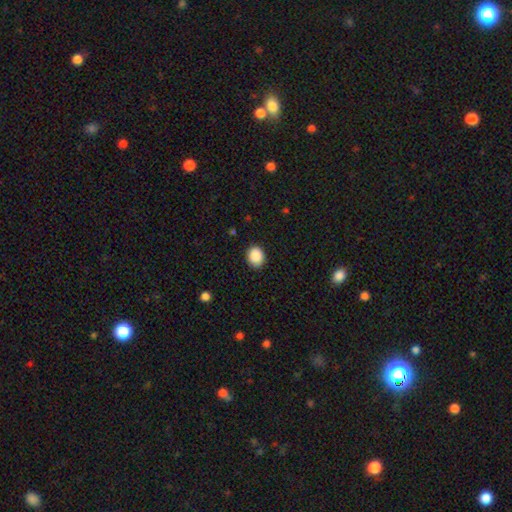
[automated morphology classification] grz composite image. It shows a smooth galaxy with no disk features (89%) that is round (60%). Merging: none (88%).